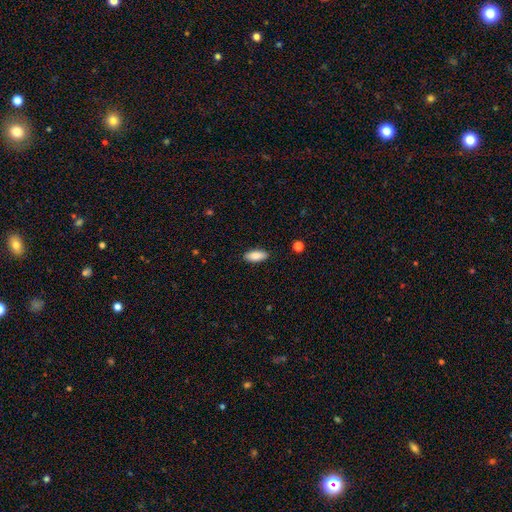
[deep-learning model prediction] Smooth or featured? Predicted: smooth (p=0.87). How rounded? Predicted: in between (p=0.82). Merging? Predicted: none (p=0.88).